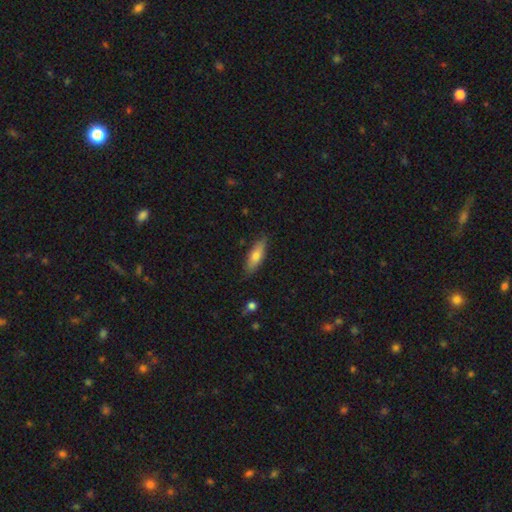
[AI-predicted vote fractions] Smooth or featured?
  - smooth: 69% *
  - featured or disk: 25%
  - star or artifact: 6%
How rounded?
  - in between: 49% * (tied)
  - cigar-shaped: 49% * (tied)
  - round: 2%
Merging?
  - none: 84% *
  - minor disturbance: 12%
  - major disturbance: 2%
  - merger: 1%